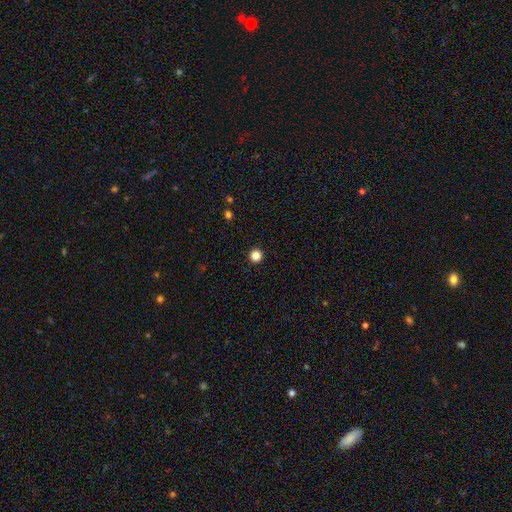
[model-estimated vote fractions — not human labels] A smooth galaxy with no disk features (85%) that is round (97%).

Vote fractions:
- Smooth or featured? smooth: 85% / star or artifact: 12% / featured or disk: 3%
- How rounded? round: 97% / in between: 2% / cigar-shaped: 1%
- Merging? none: 94% / minor disturbance: 4% / major disturbance: 1% / merger: 1%